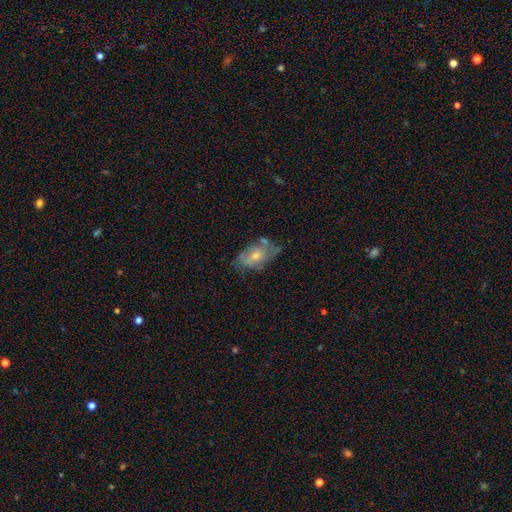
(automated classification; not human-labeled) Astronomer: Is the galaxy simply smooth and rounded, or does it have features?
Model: featured or disk — 53% (runner-up: smooth, 36%).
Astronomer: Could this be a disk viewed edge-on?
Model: no — 90%.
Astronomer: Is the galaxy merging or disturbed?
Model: none — 59%.